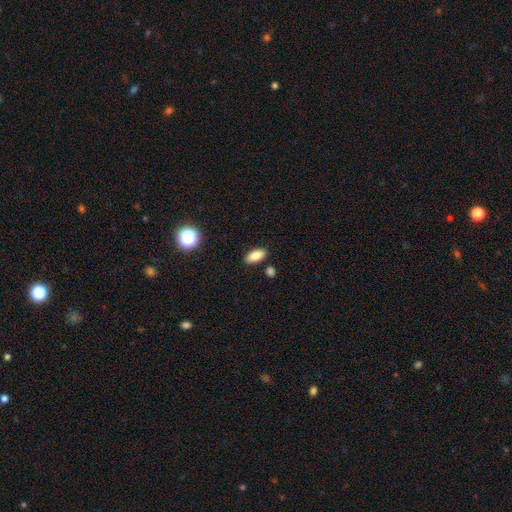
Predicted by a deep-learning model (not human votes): A smooth galaxy with no disk features (85%) that is in between round and cigar-shaped (89%). Merging: none (86%).